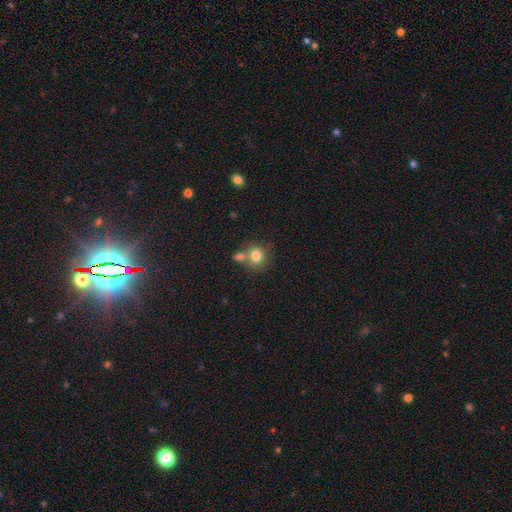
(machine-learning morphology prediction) This appears to be a smooth galaxy with no disk features (80%) that is round (80%). Merging: none (53%).